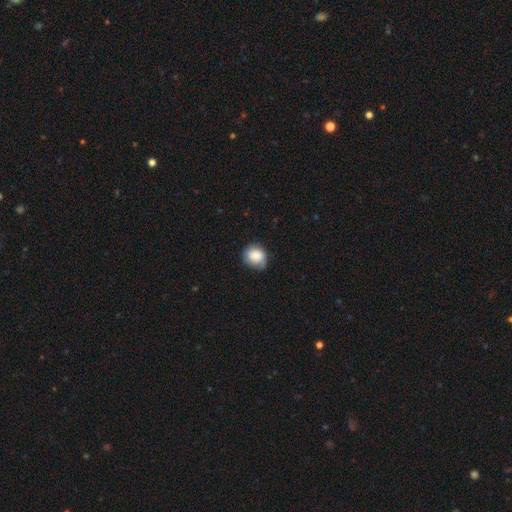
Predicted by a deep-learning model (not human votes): Q: Smooth or featured?
A: smooth (82%); runner-up: featured or disk (10%)
Q: How rounded?
A: round (69%); runner-up: in between (30%)
Q: Merging?
A: none (61%); runner-up: minor disturbance (31%)